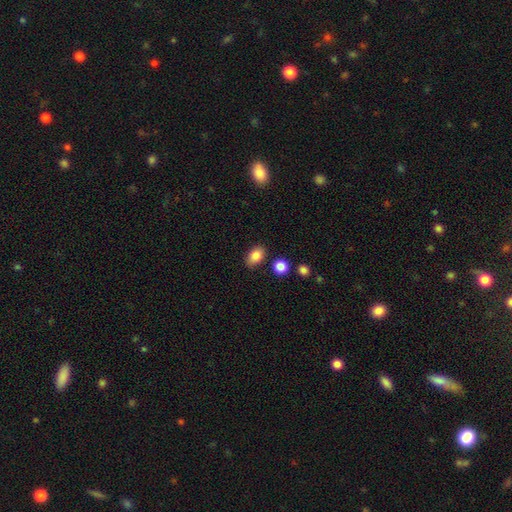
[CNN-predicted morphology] The model was most divided on "how rounded": in between: 82%, round: 16%, cigar-shaped: 1%. More confident: smooth or featured — smooth (84%); merging — none (81%).